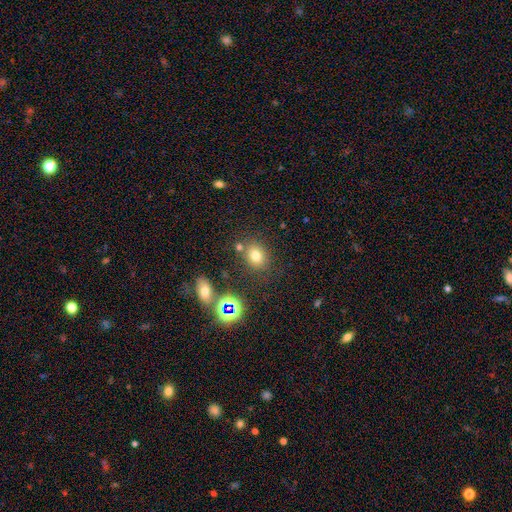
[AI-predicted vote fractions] A smooth galaxy with no disk features (72%) that is round (60%). Merging: none (76%).